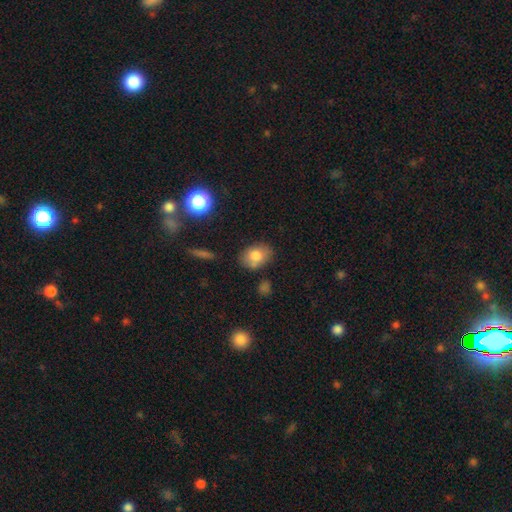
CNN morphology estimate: A smooth galaxy with no disk features (77%) that is in between round and cigar-shaped (74%).

Vote fractions:
- Smooth or featured? smooth: 77% / featured or disk: 14% / star or artifact: 9%
- How rounded? in between: 74% / round: 25% / cigar-shaped: 1%
- Merging? none: 75% / minor disturbance: 16% / merger: 6% / major disturbance: 4%